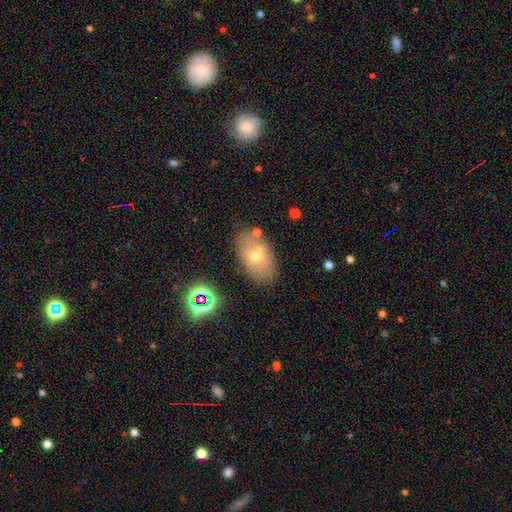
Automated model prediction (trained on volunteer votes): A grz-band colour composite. It shows a smooth galaxy with no disk features (58%) that is in between round and cigar-shaped (89%). Merging: none (75%).